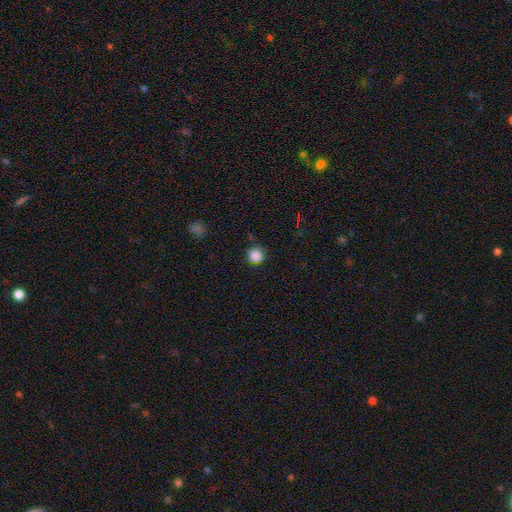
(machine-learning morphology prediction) The model was most divided on "smooth or featured": smooth: 86%, star or artifact: 11%, featured or disk: 3%. More confident: how rounded — round (94%); merging — none (86%).